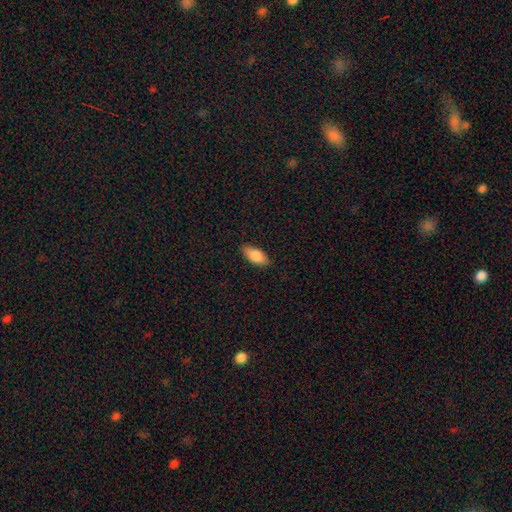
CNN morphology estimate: This appears to be a smooth galaxy with no disk features (83%) that is in between round and cigar-shaped (86%). Merging: none (86%).